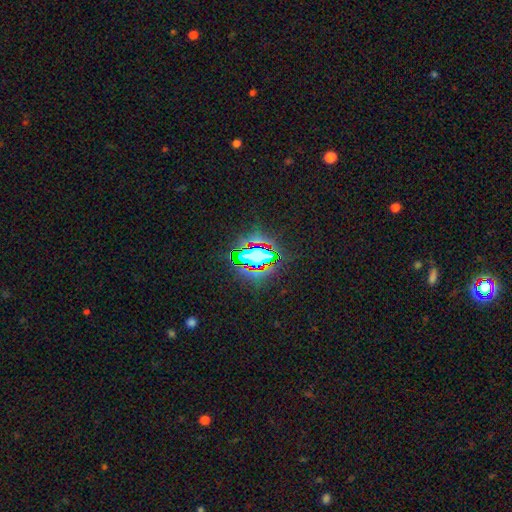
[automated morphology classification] This appears to be a star or artifact, not a galaxy (63%).